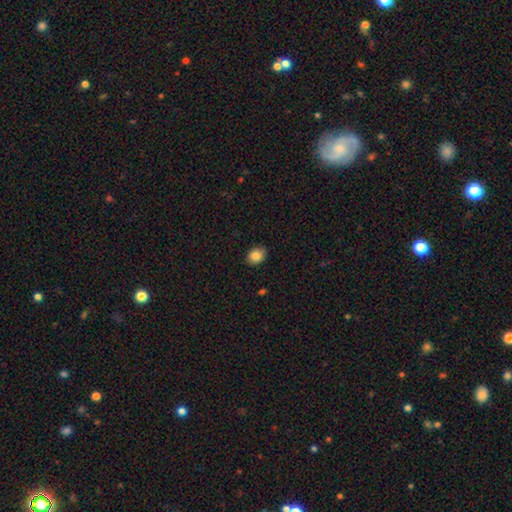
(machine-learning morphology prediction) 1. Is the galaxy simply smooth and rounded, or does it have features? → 85% smooth, 9% star or artifact, 5% featured or disk.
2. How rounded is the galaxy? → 54% in between, 45% round, 1% cigar-shaped.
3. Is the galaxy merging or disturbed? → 85% none, 12% minor disturbance, 2% major disturbance, 1% merger.